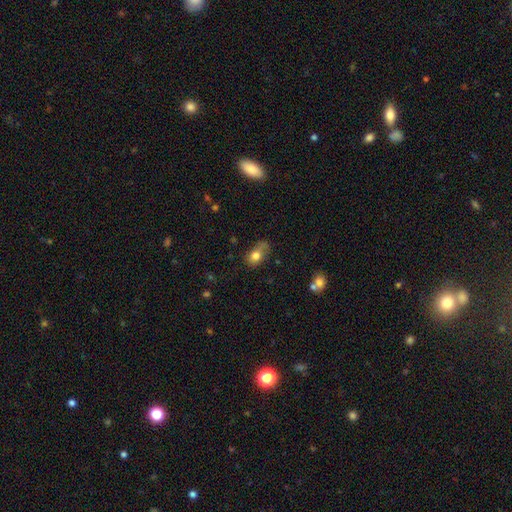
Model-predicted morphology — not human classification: smooth-or-featured: smooth: 78% | featured or disk: 13% | star or artifact: 10%
  how-rounded: in between: 67% | round: 31% | cigar-shaped: 2%
  merging: none: 43% | minor disturbance: 34% | major disturbance: 16% | merger: 7%